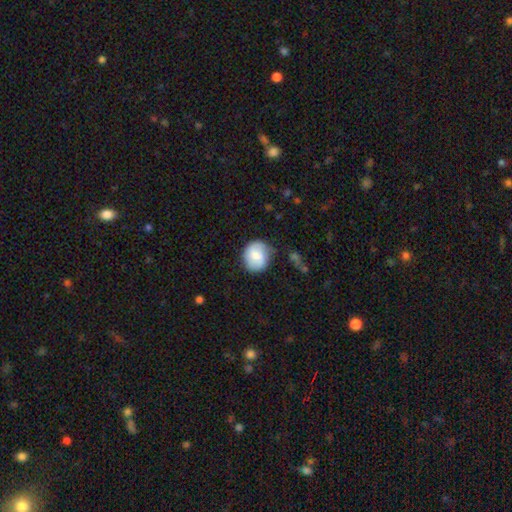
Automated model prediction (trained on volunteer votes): Overall: smooth (62%; featured or disk 32%). How rounded: round (80%). Merging: none (71%).